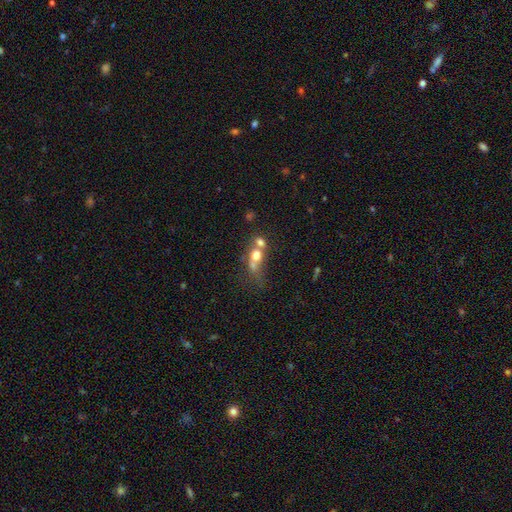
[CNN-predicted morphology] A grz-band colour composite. It shows a smooth galaxy with no disk features (62%) that is round (59%). Merging: merger (61%).